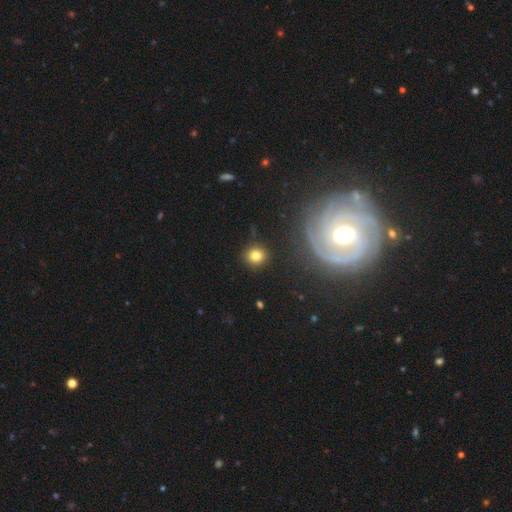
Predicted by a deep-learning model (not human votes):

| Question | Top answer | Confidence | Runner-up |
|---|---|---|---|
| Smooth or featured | smooth | 79% | star or artifact (12%) |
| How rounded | round | 86% | in between (13%) |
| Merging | none | 89% | minor disturbance (6%) |